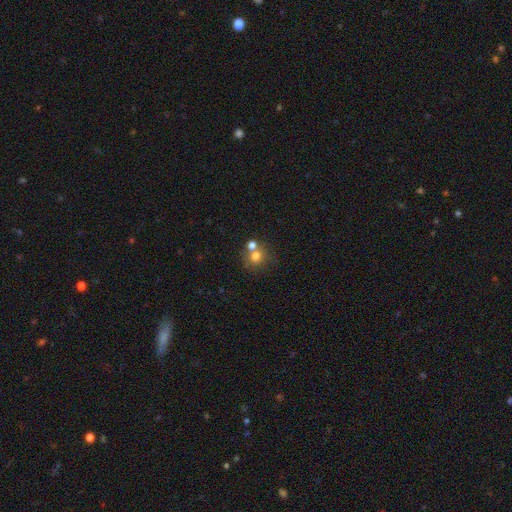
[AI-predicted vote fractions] A smooth galaxy with no disk features (72%) that is round (85%).

Vote fractions:
- Smooth or featured? smooth: 72% / star or artifact: 14% / featured or disk: 13%
- How rounded? round: 85% / in between: 14% / cigar-shaped: 1%
- Merging? none: 54% / merger: 34% / minor disturbance: 9% / major disturbance: 4%